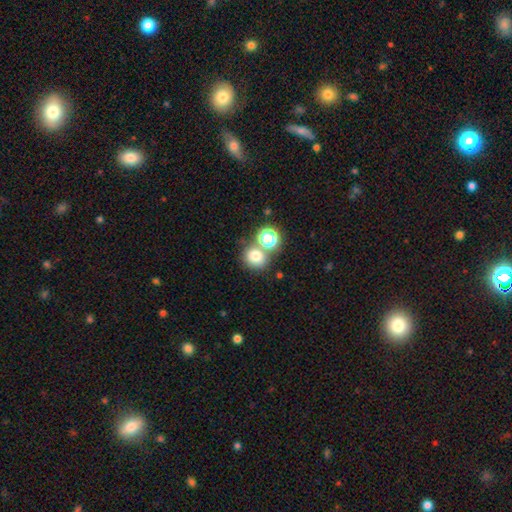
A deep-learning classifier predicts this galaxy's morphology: smooth_or_featured: smooth (p=0.74) [alt: star or artifact p=0.17]
how_rounded: round (p=0.79) [alt: in between p=0.20]
merging: none (p=0.60) [alt: merger p=0.28]